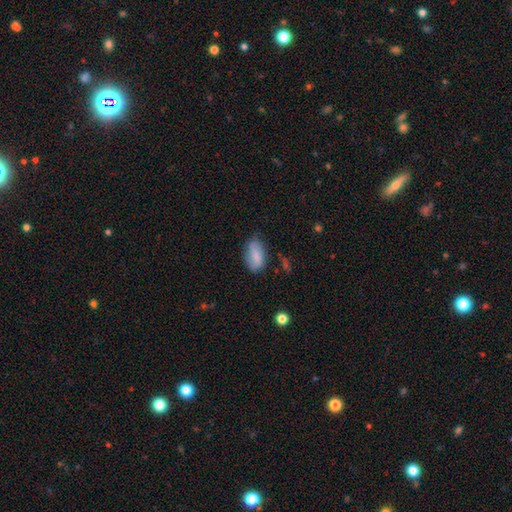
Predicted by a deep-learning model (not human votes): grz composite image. It shows a smooth galaxy with no disk features (78%) that is in between round and cigar-shaped (92%). Merging: none (68%).